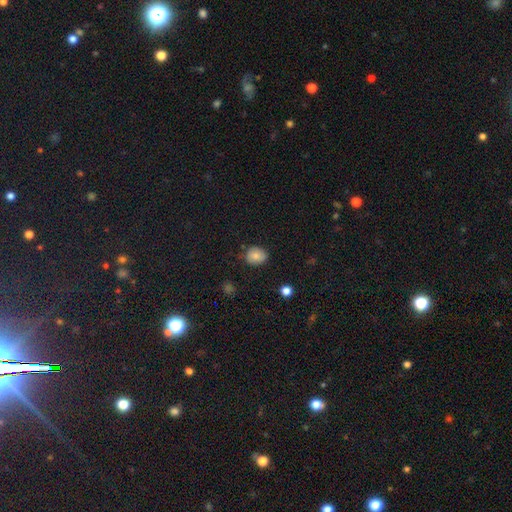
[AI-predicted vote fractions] smooth-or-featured: smooth: 80% | featured or disk: 10% | star or artifact: 10%
  how-rounded: round: 60% | in between: 39% | cigar-shaped: 1%
  merging: none: 76% | minor disturbance: 19% | major disturbance: 4% | merger: 2%